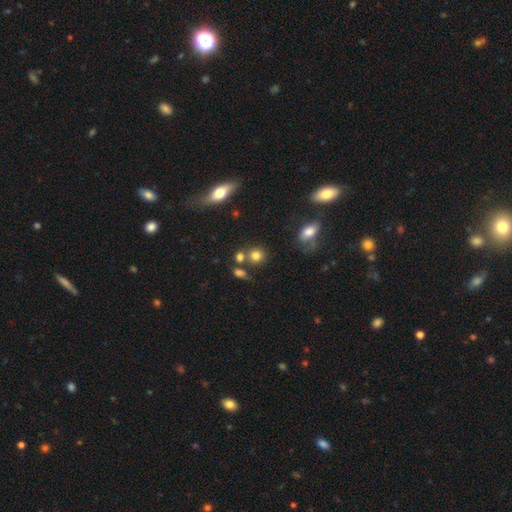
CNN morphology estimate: The model was most divided on "merging": none: 63%, merger: 22%, minor disturbance: 11%, major disturbance: 5%. More confident: how rounded — round (81%); smooth or featured — smooth (79%).